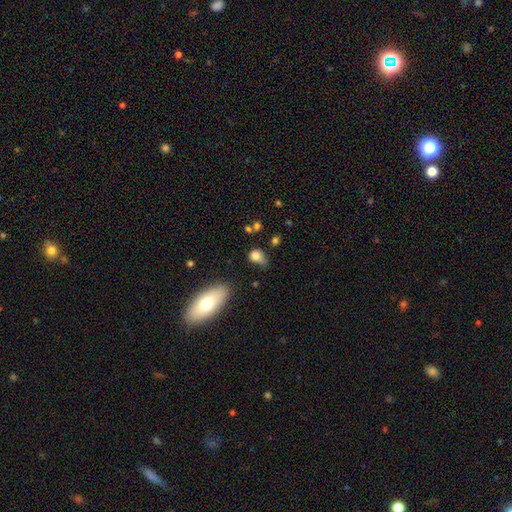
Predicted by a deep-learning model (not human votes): Morphology: type=smooth (78%); roundness=in between (54%); merging=none (35%).